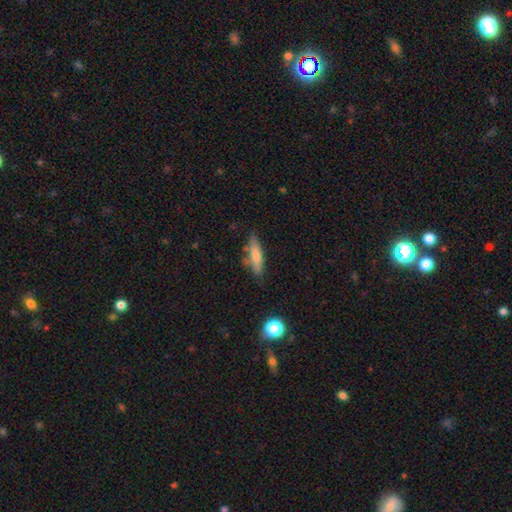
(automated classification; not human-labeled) A smooth galaxy with no disk features (65%) that is cigar-shaped (72%). Merging: none (76%).